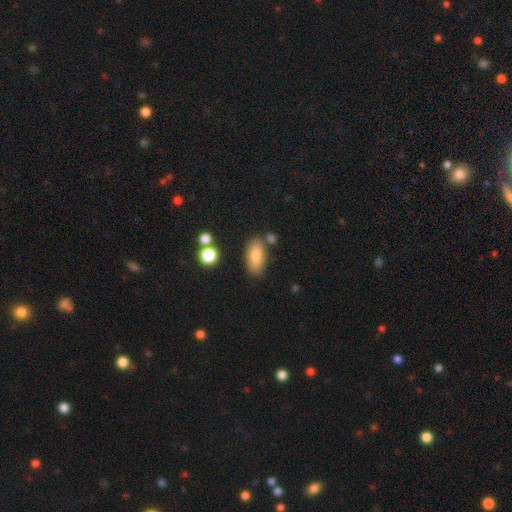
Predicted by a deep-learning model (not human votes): A smooth galaxy with no disk features (79%) that is in between round and cigar-shaped (85%). Merging: none (78%).